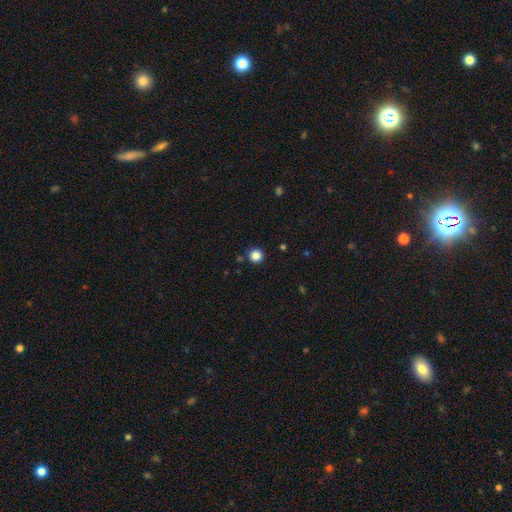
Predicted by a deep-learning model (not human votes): This is clearly a smooth galaxy (85%). How rounded: clearly round (96%). Merging: clearly none (90%).